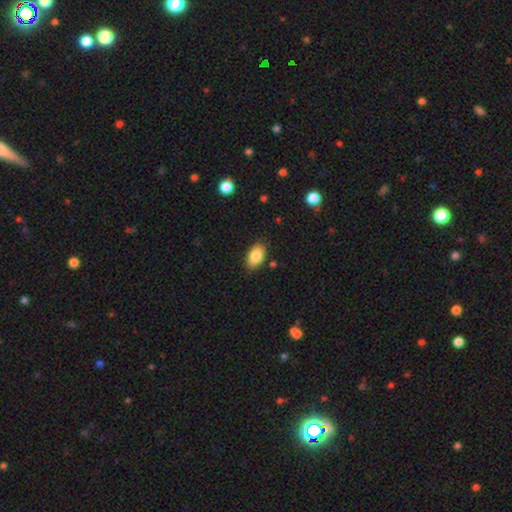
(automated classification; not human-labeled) Smooth or featured? Predicted: smooth (p=0.86). How rounded? Predicted: in between (p=0.92). Merging? Predicted: none (p=0.84).